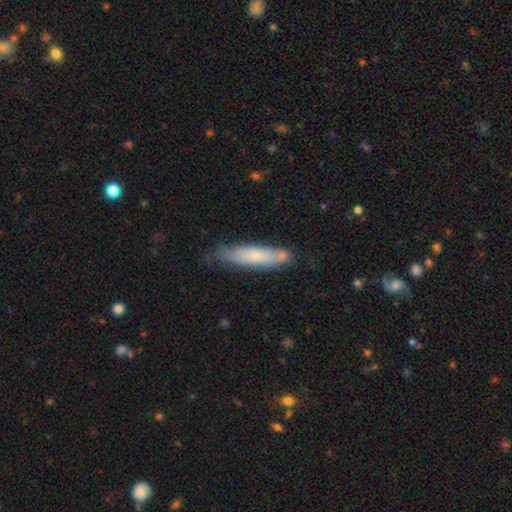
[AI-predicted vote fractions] A smooth galaxy with no disk features (67%) that is cigar-shaped (81%).

Vote fractions:
- Smooth or featured? smooth: 67% / featured or disk: 27% / star or artifact: 6%
- How rounded? cigar-shaped: 81% / in between: 18% / round: 1%
- Merging? none: 69% / minor disturbance: 21% / merger: 6% / major disturbance: 4%